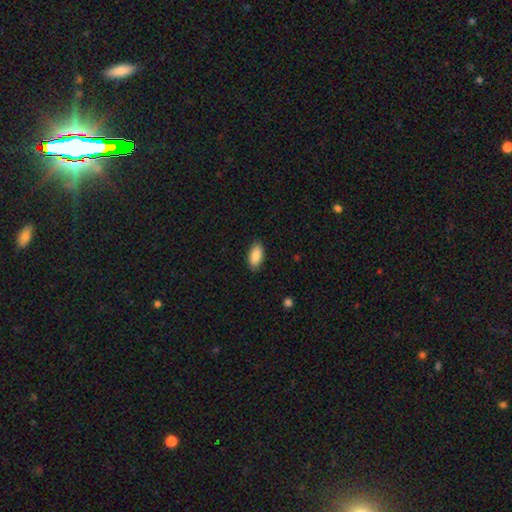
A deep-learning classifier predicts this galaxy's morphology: Smooth or featured: smooth — 89% (star or artifact — 6%)
How rounded: in between — 92% (cigar-shaped — 5%)
Merging: none — 88% (minor disturbance — 9%)